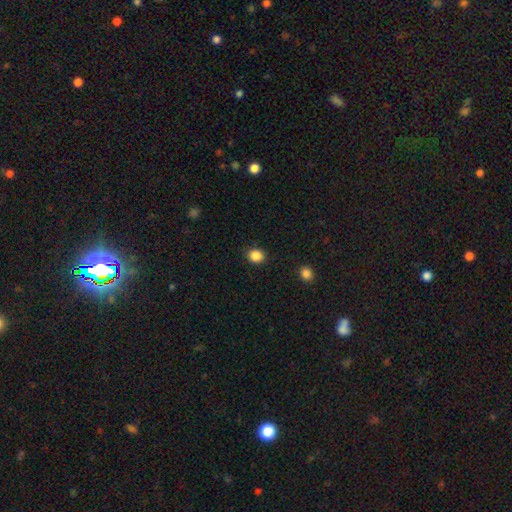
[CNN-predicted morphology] smooth 87%, star or artifact 10%, featured or disk 3%. Down the decision tree: how rounded — round (75%); merging — none (88%).